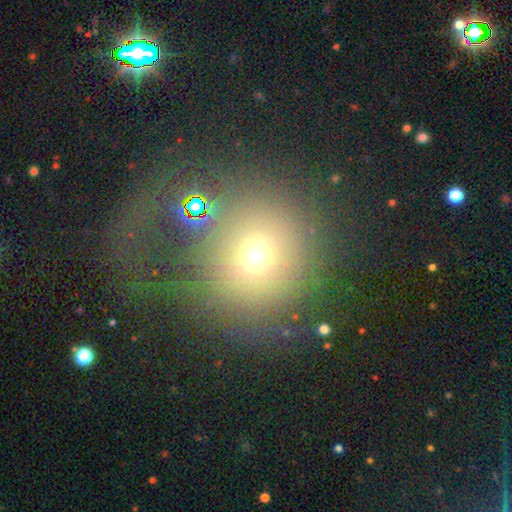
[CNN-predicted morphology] A smooth galaxy with no disk features (61%) that is round (90%).

Vote fractions:
- Smooth or featured? smooth: 61% / star or artifact: 21% / featured or disk: 19%
- How rounded? round: 90% / in between: 9% / cigar-shaped: 1%
- Merging? major disturbance: 40% / none: 38% / minor disturbance: 13% / merger: 9%